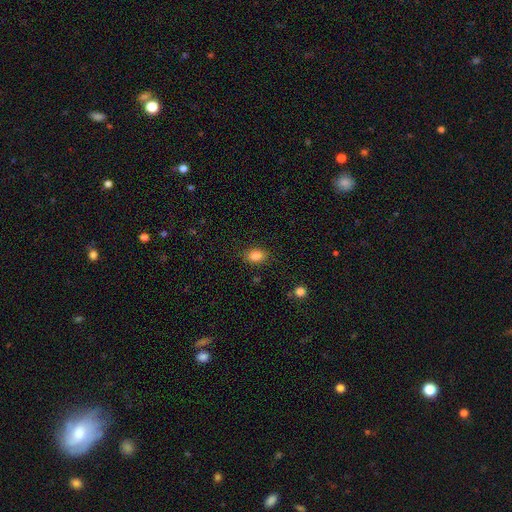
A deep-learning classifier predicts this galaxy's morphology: type=smooth (85%); roundness=in between (70%); merging=none (85%).